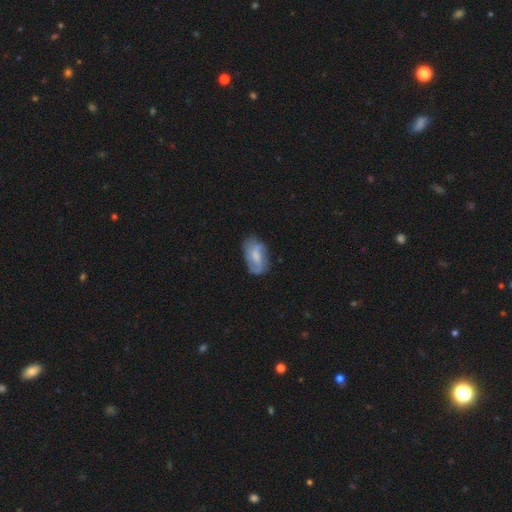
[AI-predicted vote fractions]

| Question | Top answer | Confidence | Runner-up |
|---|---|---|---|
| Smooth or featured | smooth | 49% | featured or disk (43%) |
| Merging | none | 60% | minor disturbance (27%) |